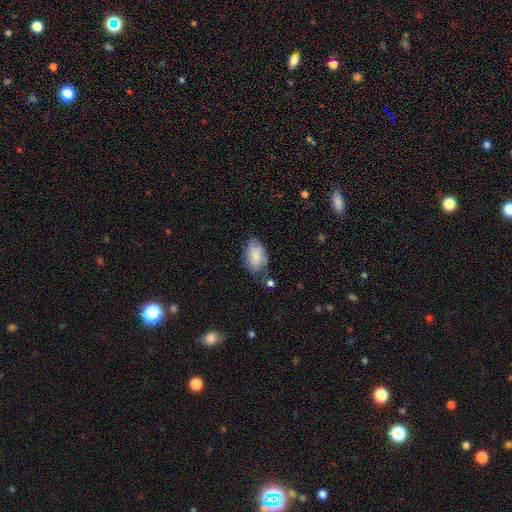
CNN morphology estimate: Smooth or featured? smooth (81%)
How rounded? in between (90%)
Merging? none (57%)